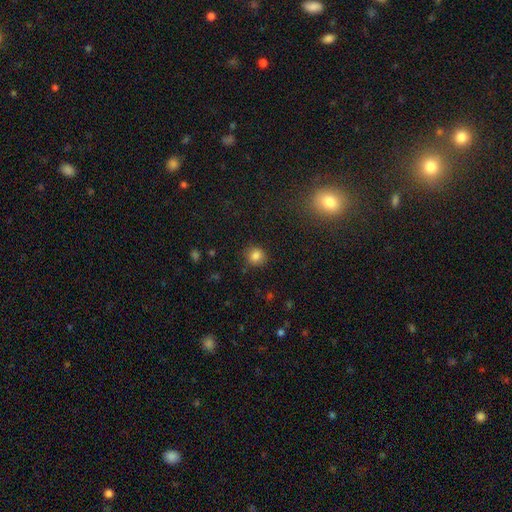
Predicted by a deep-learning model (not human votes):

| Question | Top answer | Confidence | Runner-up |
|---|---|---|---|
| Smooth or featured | smooth | 83% | star or artifact (12%) |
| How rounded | round | 84% | in between (15%) |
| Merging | none | 86% | minor disturbance (10%) |